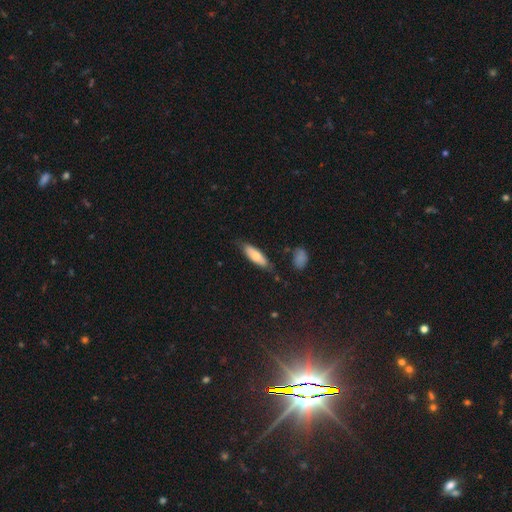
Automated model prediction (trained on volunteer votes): Smooth or featured?
  - smooth: 73% *
  - featured or disk: 20%
  - star or artifact: 6%
How rounded?
  - in between: 51% *
  - cigar-shaped: 48%
  - round: 2%
Merging?
  - none: 72% *
  - minor disturbance: 20%
  - major disturbance: 5%
  - merger: 3%